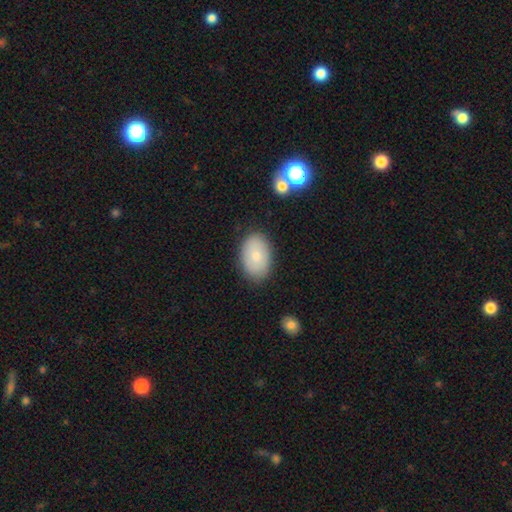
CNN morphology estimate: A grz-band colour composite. It shows a smooth galaxy with no disk features (76%) that is in between round and cigar-shaped (89%). Merging: none (83%).